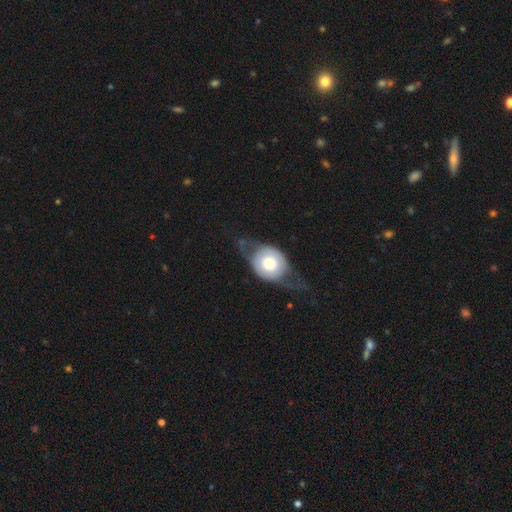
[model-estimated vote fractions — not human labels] smooth_or_featured: featured or disk (p=0.58) [alt: smooth p=0.33]
disk_edge_on: no (p=0.62) [alt: yes p=0.38]
merging: none (p=0.57) [alt: minor disturbance p=0.23]